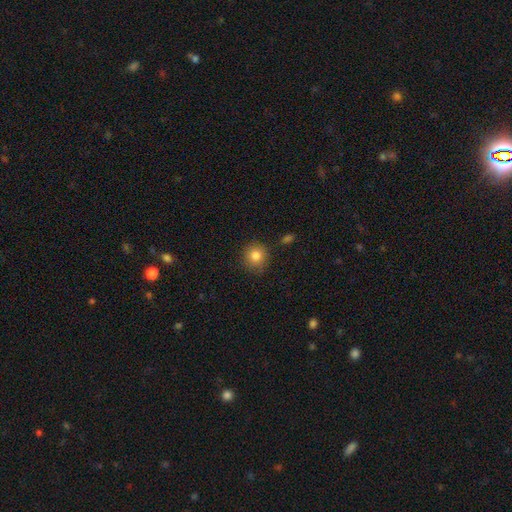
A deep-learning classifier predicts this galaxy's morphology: smooth 83%, star or artifact 10%, featured or disk 7%. Down the decision tree: how rounded — round (91%); merging — none (86%).